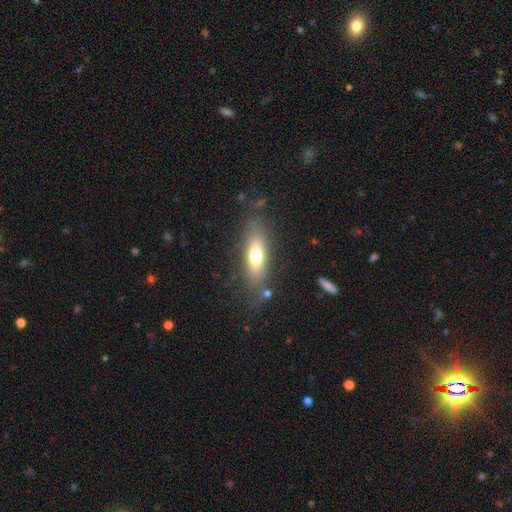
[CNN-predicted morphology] The model was most divided on "how rounded": in between: 55%, cigar-shaped: 42%, round: 3%. More confident: merging — none (77%); smooth or featured — smooth (66%).